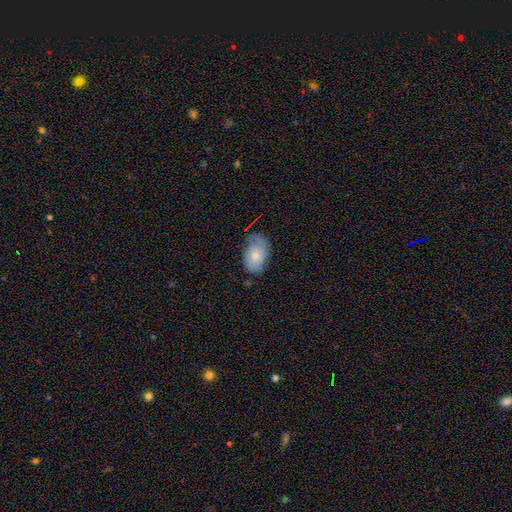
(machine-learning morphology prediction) Smooth or featured: smooth — 65% (featured or disk — 28%)
How rounded: in between — 88% (round — 11%)
Merging: none — 54% (minor disturbance — 33%)